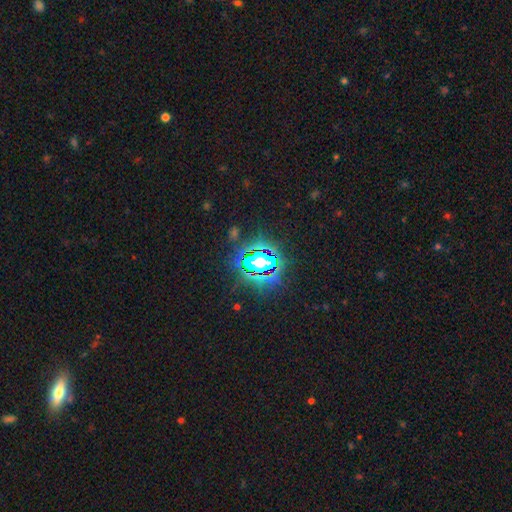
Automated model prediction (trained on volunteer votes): Smooth or featured? star or artifact (80%)